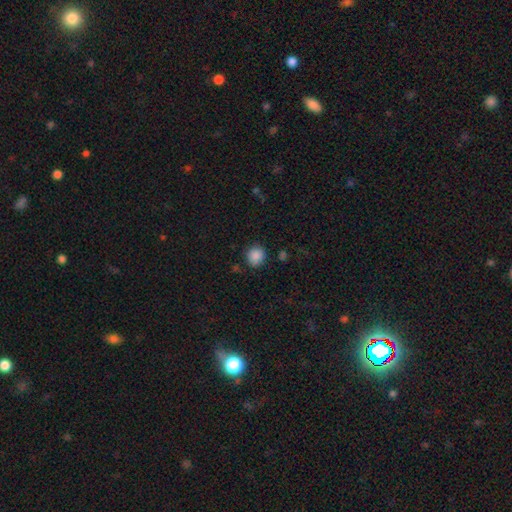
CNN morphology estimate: A smooth galaxy with no disk features (87%) that is round (82%). Merging: none (82%).